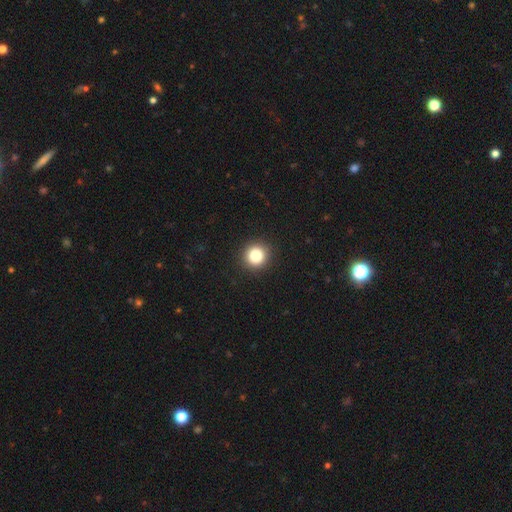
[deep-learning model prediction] The model was most divided on "smooth or featured": smooth: 83%, star or artifact: 11%, featured or disk: 6%. More confident: how rounded — round (94%); merging — none (92%).